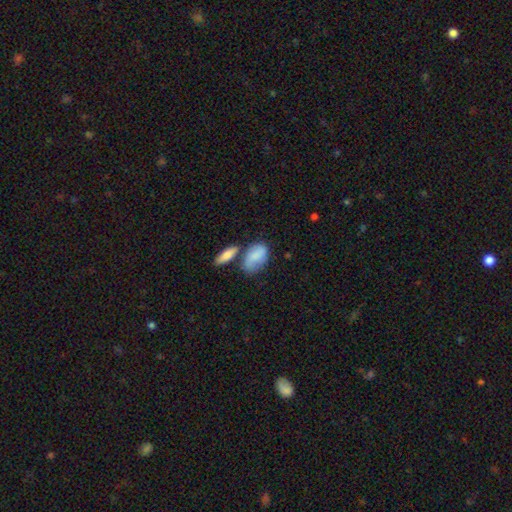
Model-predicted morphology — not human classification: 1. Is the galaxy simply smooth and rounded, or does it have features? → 77% smooth, 16% featured or disk, 7% star or artifact.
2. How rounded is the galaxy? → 89% in between, 8% round, 3% cigar-shaped.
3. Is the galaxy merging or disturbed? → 43% none, 24% minor disturbance, 23% merger, 10% major disturbance.